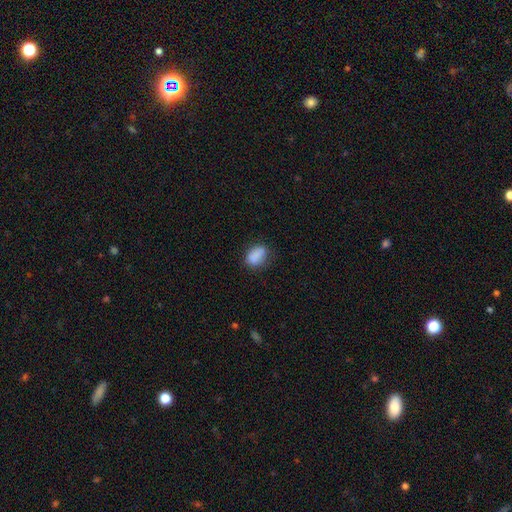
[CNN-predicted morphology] The model was most divided on "merging": none: 70%, minor disturbance: 22%, major disturbance: 5%, merger: 2%. More confident: smooth or featured — smooth (86%); how rounded — in between (81%).